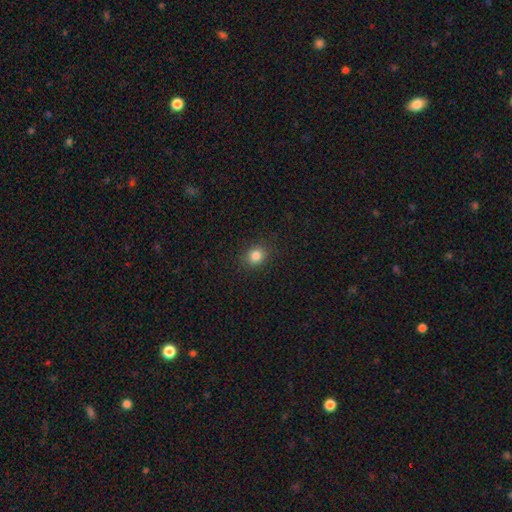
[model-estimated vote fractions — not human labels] Smooth or featured? smooth (83%)
How rounded? round (71%)
Merging? none (88%)